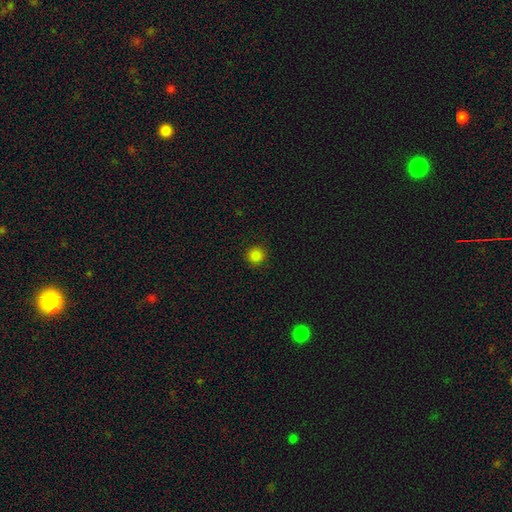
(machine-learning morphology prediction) The model was most divided on "smooth or featured": smooth: 84%, star or artifact: 13%, featured or disk: 3%. More confident: how rounded — round (93%); merging — none (91%).